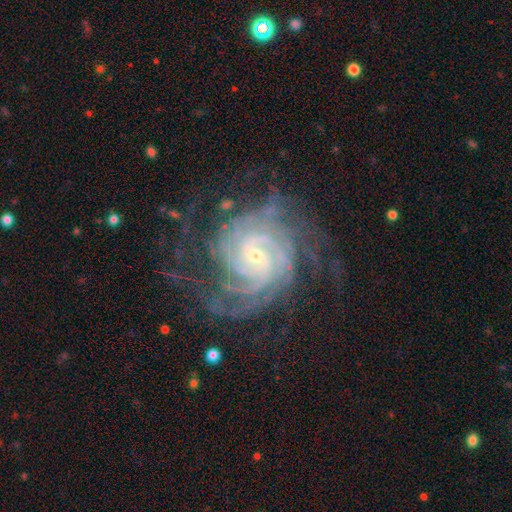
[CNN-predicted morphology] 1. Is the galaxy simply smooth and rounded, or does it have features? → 91% featured or disk, 5% star or artifact, 3% smooth.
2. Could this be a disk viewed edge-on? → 98% no, 2% yes.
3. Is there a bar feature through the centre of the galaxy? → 44% weak, 39% no, 16% strong.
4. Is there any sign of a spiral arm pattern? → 98% yes, 2% no.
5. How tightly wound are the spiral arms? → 71% tight, 25% medium, 4% loose.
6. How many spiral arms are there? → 28% 4, 19% can't tell, 16% more than 4, 16% 3, 14% 2, 8% 1.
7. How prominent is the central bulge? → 76% small, 21% moderate, 2% none, 1% large, 1% dominant.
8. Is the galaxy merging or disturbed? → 68% none, 17% minor disturbance, 14% major disturbance, 2% merger.